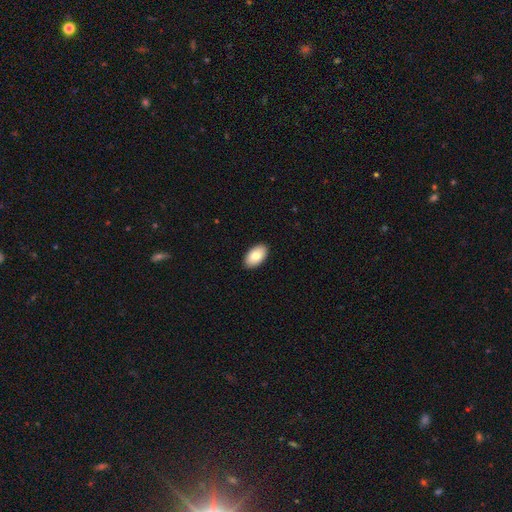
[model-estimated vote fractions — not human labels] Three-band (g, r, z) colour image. It shows a smooth galaxy with no disk features (82%) that is in between round and cigar-shaped (95%). Merging: none (91%).